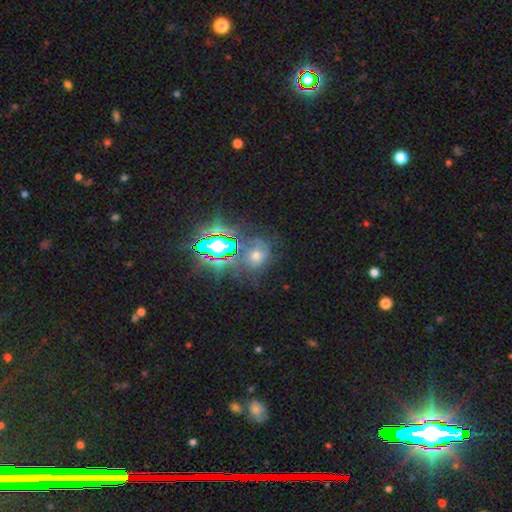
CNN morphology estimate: type=star or artifact (75%).